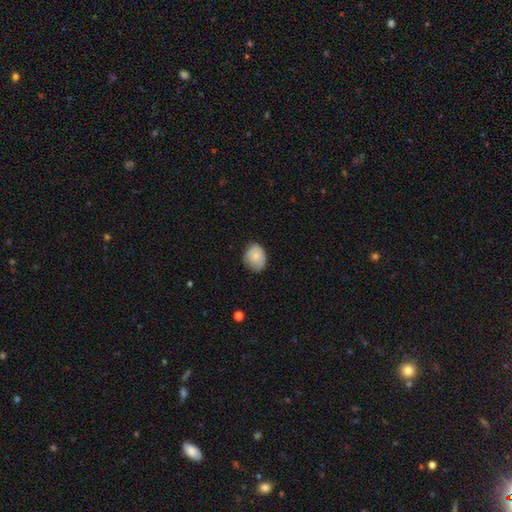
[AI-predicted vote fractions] Smooth or featured: smooth — 77% (featured or disk — 16%)
How rounded: in between — 53% (round — 46%)
Merging: none — 64% (minor disturbance — 30%)